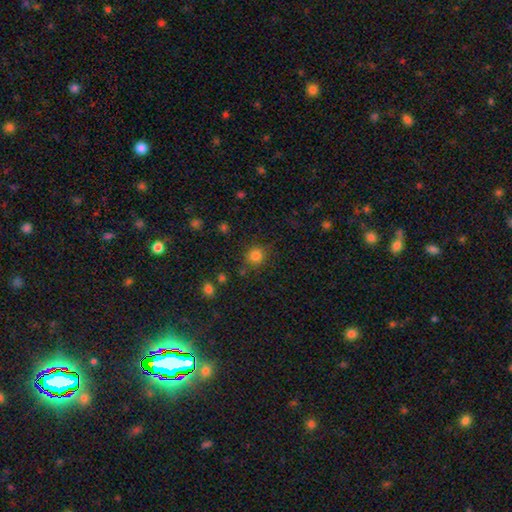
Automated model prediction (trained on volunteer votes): Smooth or featured? Predicted: smooth (p=0.82). How rounded? Predicted: round (p=0.89). Merging? Predicted: none (p=0.83).